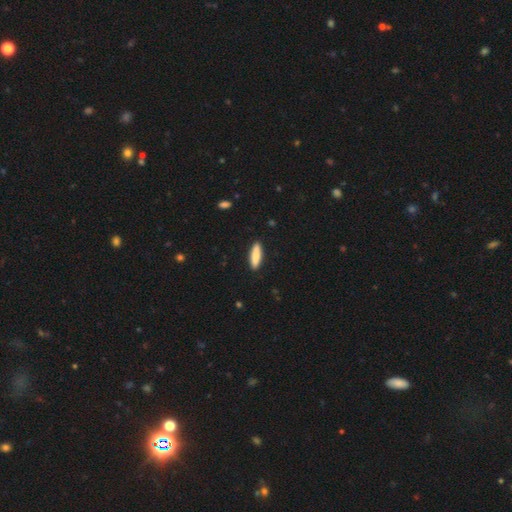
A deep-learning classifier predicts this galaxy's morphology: Smooth or featured? smooth (82%)
How rounded? cigar-shaped (70%)
Merging? none (90%)